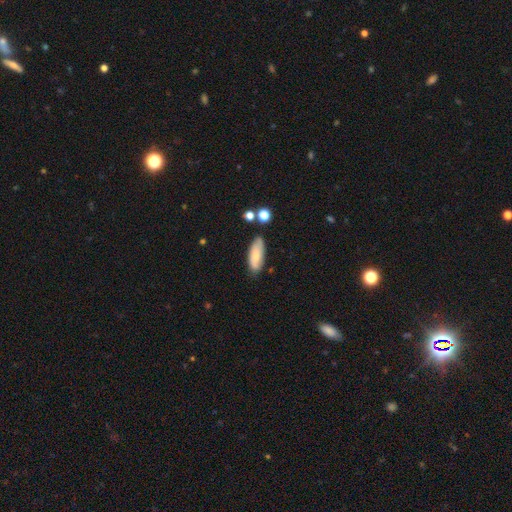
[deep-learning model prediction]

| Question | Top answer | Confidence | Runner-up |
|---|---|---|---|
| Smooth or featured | smooth | 78% | featured or disk (15%) |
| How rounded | in between | 73% | cigar-shaped (25%) |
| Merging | none | 75% | minor disturbance (17%) |